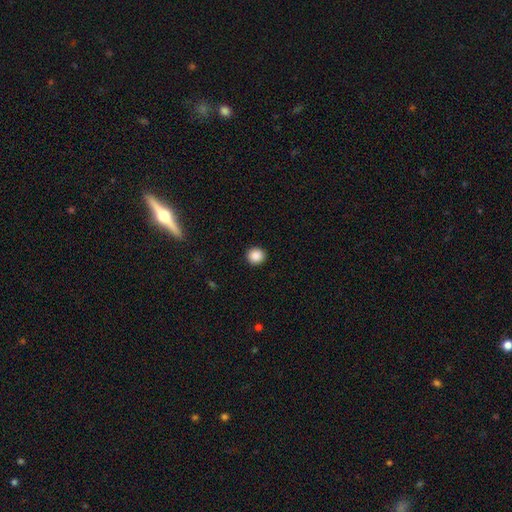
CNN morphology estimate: This is clearly a smooth galaxy (88%). How rounded: clearly round (92%). Merging: clearly none (93%).